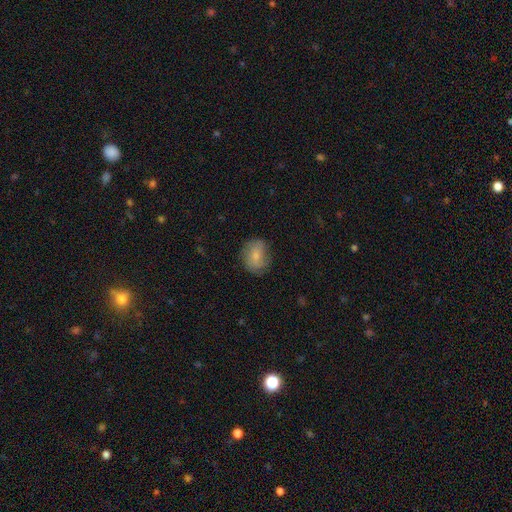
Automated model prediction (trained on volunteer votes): Q: Smooth or featured?
A: smooth (75%); runner-up: featured or disk (17%)
Q: How rounded?
A: round (58%); runner-up: in between (41%)
Q: Merging?
A: none (73%); runner-up: minor disturbance (20%)